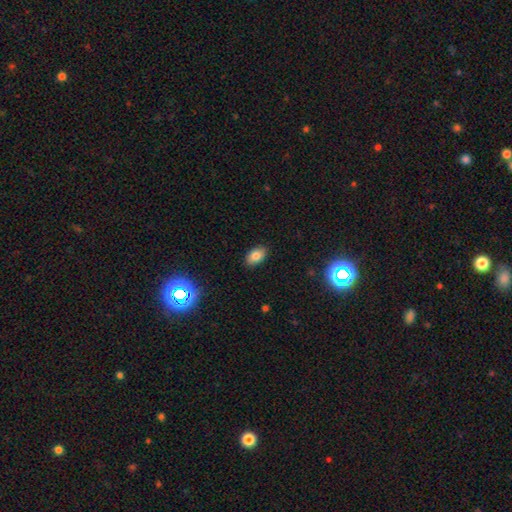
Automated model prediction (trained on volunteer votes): A smooth galaxy with no disk features (80%) that is in between round and cigar-shaped (90%).

Vote fractions:
- Smooth or featured? smooth: 80% / star or artifact: 11% / featured or disk: 9%
- How rounded? in between: 90% / round: 9% / cigar-shaped: 2%
- Merging? none: 88% / minor disturbance: 9% / major disturbance: 2% / merger: 1%